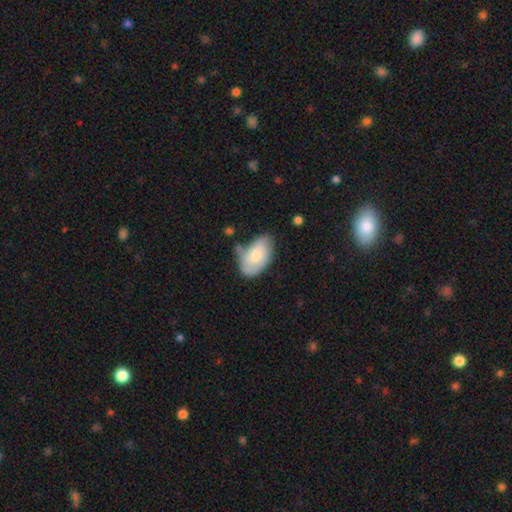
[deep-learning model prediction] Smooth or featured: smooth — 67% (featured or disk — 27%)
How rounded: in between — 92% (round — 7%)
Merging: none — 44% (minor disturbance — 35%)